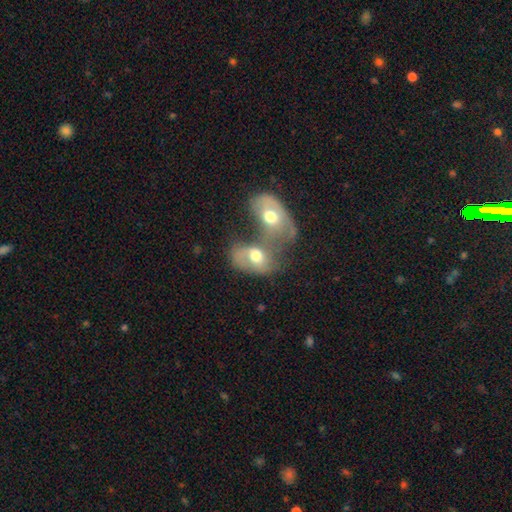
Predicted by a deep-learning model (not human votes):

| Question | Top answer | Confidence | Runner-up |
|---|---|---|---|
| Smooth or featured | smooth | 51% | featured or disk (40%) |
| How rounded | in between | 79% | round (19%) |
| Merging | merger | 72% | none (11%) |